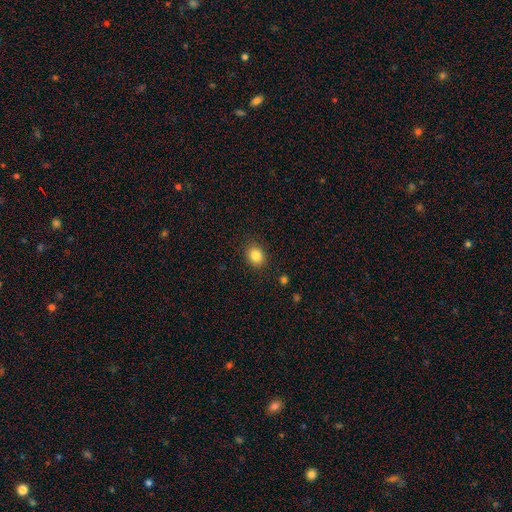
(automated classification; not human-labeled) Morphology: type=smooth (85%); roundness=round (60%); merging=none (88%).